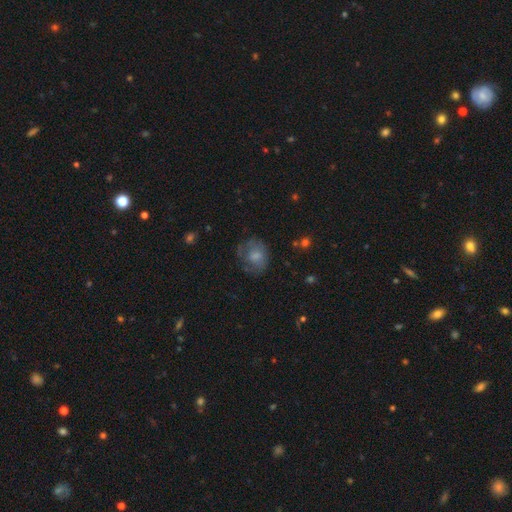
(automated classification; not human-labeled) A smooth galaxy with no disk features (60%) that is round (63%). Merging: none (55%).